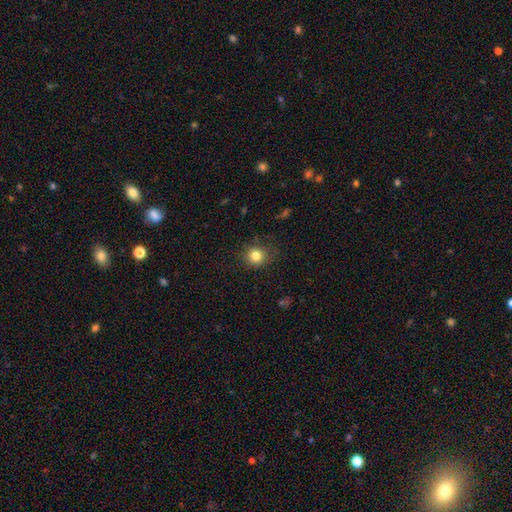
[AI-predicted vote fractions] This appears to be a smooth galaxy with no disk features (82%) that is round (87%). Merging: none (82%).